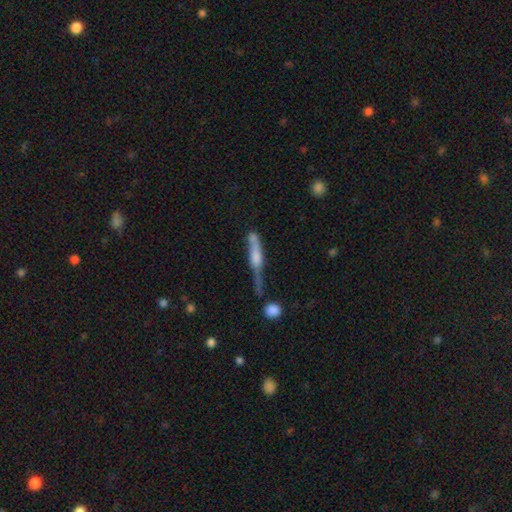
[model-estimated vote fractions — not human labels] Smooth or featured? Predicted: featured or disk (p=0.70). Edge-on disk? Predicted: yes (p=0.93). Edge-on bulge? Predicted: rounded (p=0.81). Merging? Predicted: none (p=0.64).